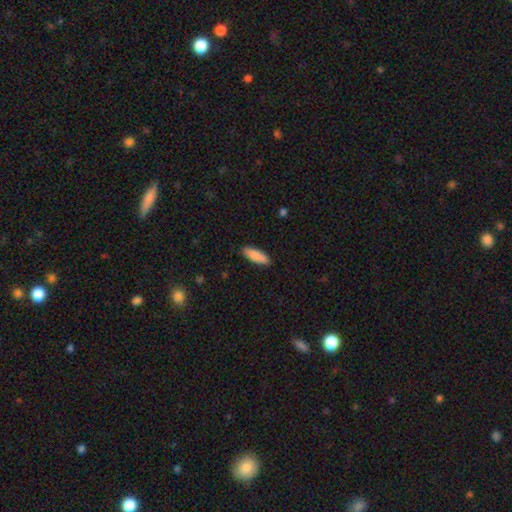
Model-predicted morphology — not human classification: smooth 87%, featured or disk 7%, star or artifact 6%. Down the decision tree: how rounded — in between (55%); merging — none (89%).